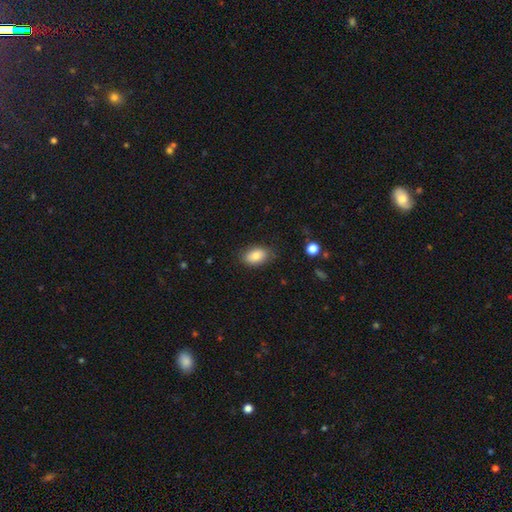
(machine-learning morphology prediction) Overall: smooth (81%). How rounded: in between (87%). Merging: none (81%).